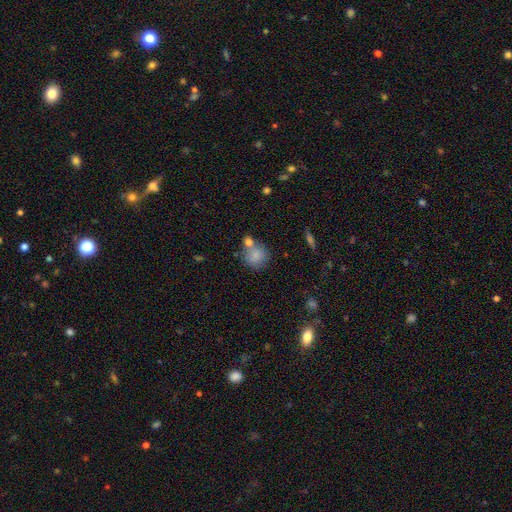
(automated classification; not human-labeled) A smooth galaxy with no disk features (82%) that is round (83%). Merging: none (55%).